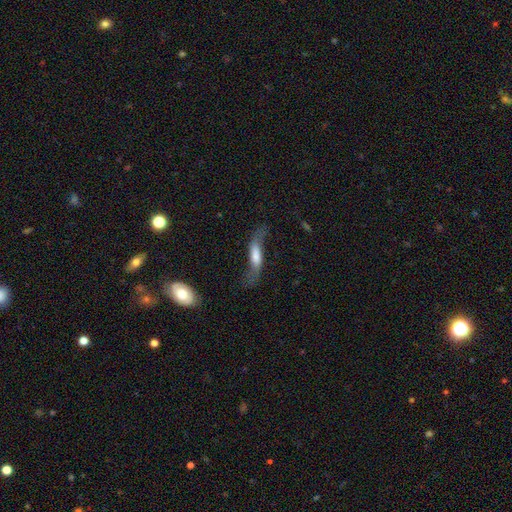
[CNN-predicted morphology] type=featured or disk (55%); edge-on=no (68%); merging=none (51%).